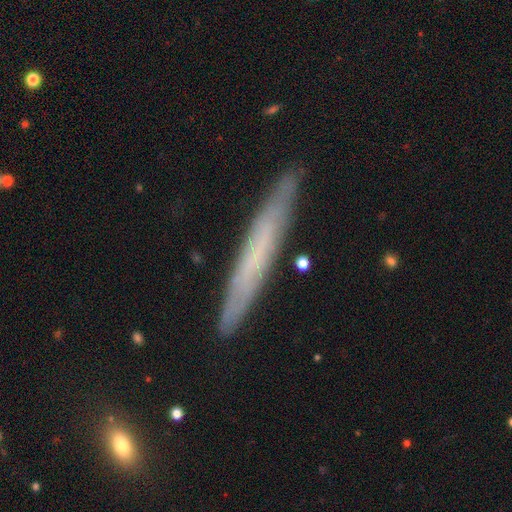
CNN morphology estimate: featured or disk 49%, smooth 44%, star or artifact 7%. Down the decision tree: merging — none (87%).